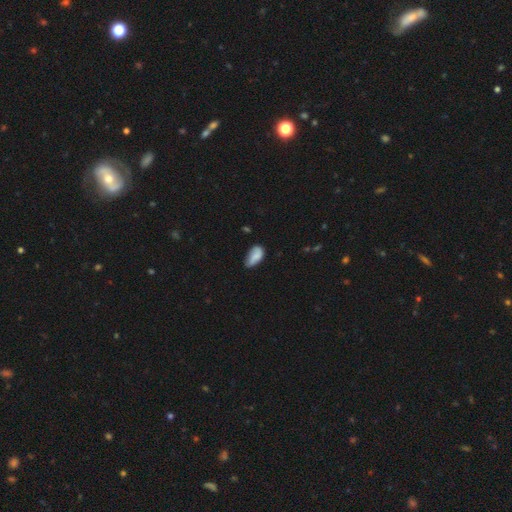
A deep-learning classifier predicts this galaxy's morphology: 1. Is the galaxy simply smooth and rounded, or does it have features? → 77% smooth, 15% featured or disk, 8% star or artifact.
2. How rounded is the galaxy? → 92% in between, 4% round, 3% cigar-shaped.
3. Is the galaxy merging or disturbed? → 46% none, 41% minor disturbance, 10% major disturbance, 3% merger.